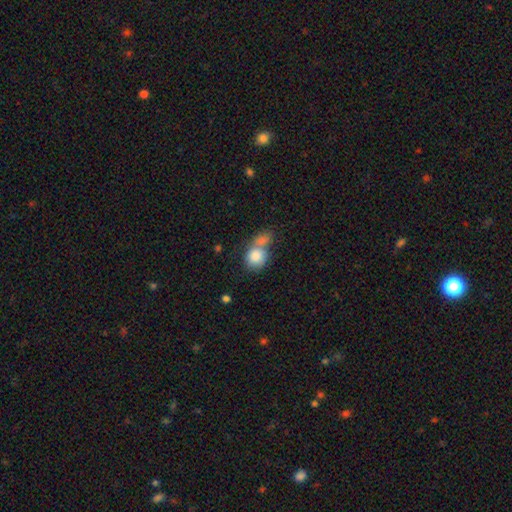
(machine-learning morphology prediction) This appears to be a smooth galaxy with no disk features (83%) that is round (61%). Merging: merger (56%).